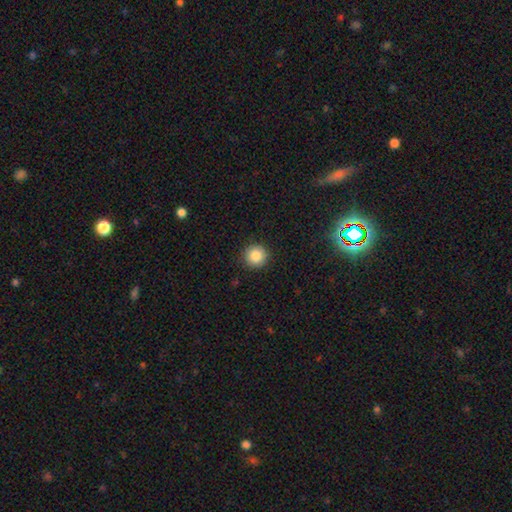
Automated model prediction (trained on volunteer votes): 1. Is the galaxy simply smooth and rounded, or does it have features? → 85% smooth, 9% star or artifact, 5% featured or disk.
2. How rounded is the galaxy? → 95% round, 4% in between, 1% cigar-shaped.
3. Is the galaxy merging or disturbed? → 91% none, 6% minor disturbance, 2% major disturbance, 1% merger.